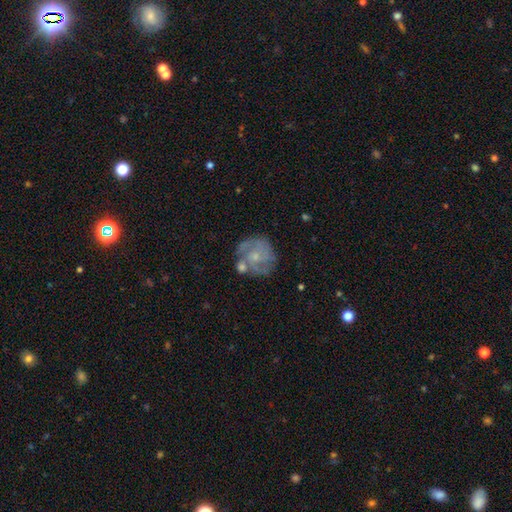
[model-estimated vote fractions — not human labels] The model was most divided on "spiral winding": tight: 47%, medium: 38%, loose: 15%. Remaining: edge-on disk — no (98%); bar — no (76%); spiral arms — yes (75%); smooth or featured — featured or disk (68%); bulge size — small (61%); merging — none (58%); spiral arm count — can't tell (38%).